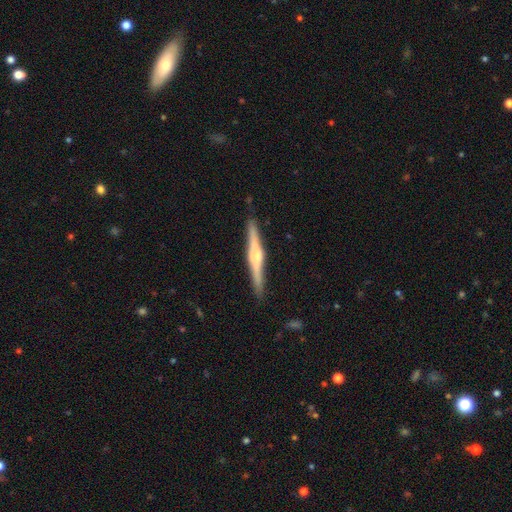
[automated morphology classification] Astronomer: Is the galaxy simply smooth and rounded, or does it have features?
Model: featured or disk — 73%.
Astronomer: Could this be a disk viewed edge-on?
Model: yes — 98%.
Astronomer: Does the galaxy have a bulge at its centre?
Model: rounded — 80%.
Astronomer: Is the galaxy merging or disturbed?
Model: none — 90%.